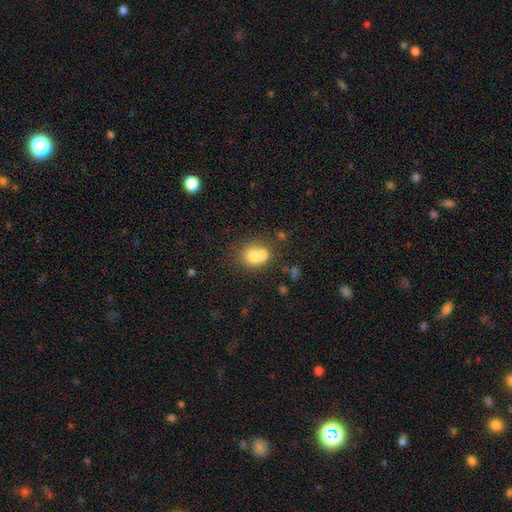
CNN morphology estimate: smooth_or_featured: smooth (p=0.70) [alt: featured or disk p=0.19]
how_rounded: round (p=0.65) [alt: in between p=0.34]
merging: merger (p=0.56) [alt: none p=0.31]